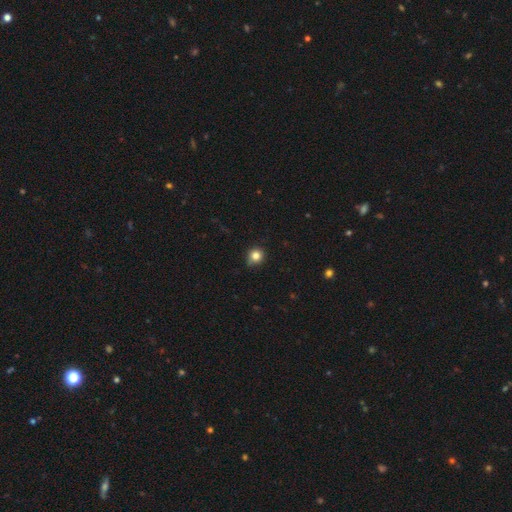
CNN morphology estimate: A smooth galaxy with no disk features (82%) that is round (89%). Merging: none (75%).